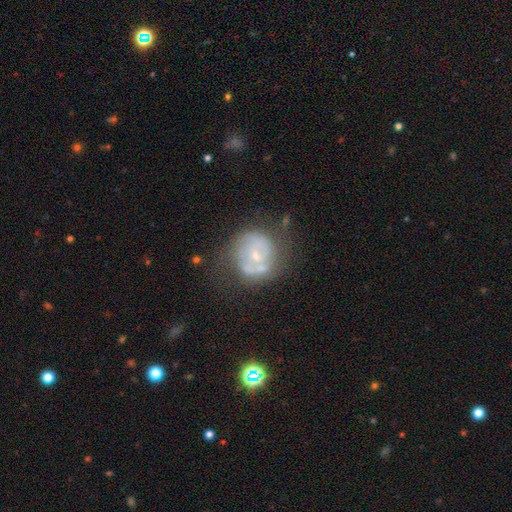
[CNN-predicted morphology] Overall: featured or disk (64%; smooth 27%). Edge-on disk: no (97%). Bar: no (68%). Spiral arms: yes (60%; no 40%). Bulge size: small (59%; moderate 34%). Merging: none (55%; minor disturbance 23%).